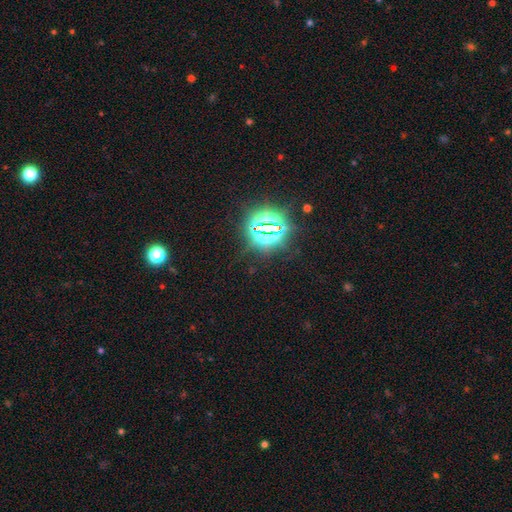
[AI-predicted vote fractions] smooth_or_featured: star or artifact (p=0.82) [alt: smooth p=0.12]